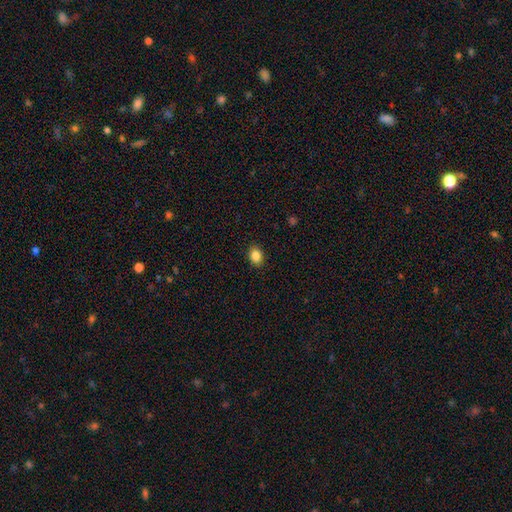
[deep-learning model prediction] Smooth or featured?
  - smooth: 86% *
  - star or artifact: 9%
  - featured or disk: 5%
How rounded?
  - in between: 69% *
  - round: 30%
  - cigar-shaped: 1%
Merging?
  - none: 90% *
  - minor disturbance: 7%
  - major disturbance: 2%
  - merger: 1%